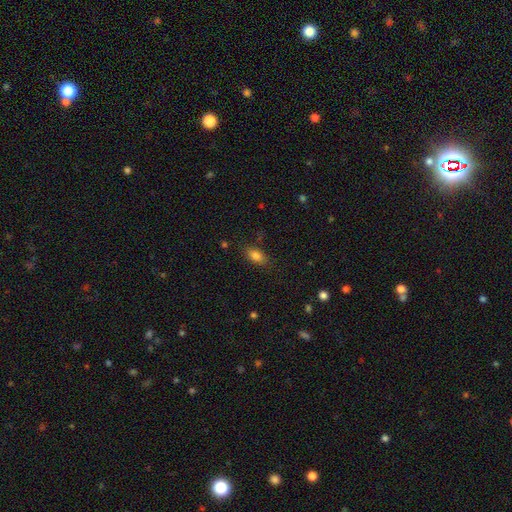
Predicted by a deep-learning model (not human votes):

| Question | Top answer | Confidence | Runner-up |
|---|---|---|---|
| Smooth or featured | smooth | 82% | star or artifact (10%) |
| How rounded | in between | 85% | round (9%) |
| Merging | none | 82% | minor disturbance (13%) |